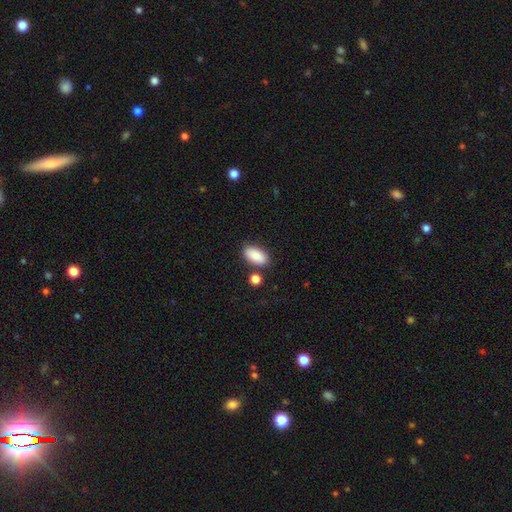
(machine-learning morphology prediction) smooth-or-featured: smooth: 89% | star or artifact: 7% | featured or disk: 5%
  how-rounded: in between: 92% | cigar-shaped: 5% | round: 3%
  merging: none: 79% | minor disturbance: 11% | merger: 8% | major disturbance: 3%